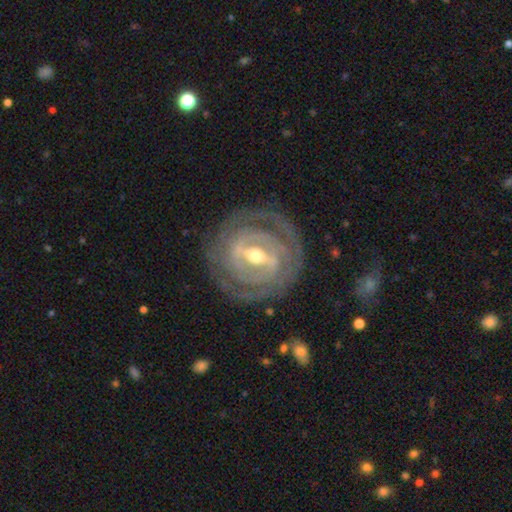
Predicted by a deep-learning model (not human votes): This is clearly a featured or disk galaxy (87%). It is clearly not viewed edge-on (95%). Bar: possibly strong (56%). Spiral arm pattern: clearly yes (86%). Spiral arm count: marginally 2 (36%). Spiral winding: likely tight (78%). Central bulge: likely moderate (64%). Merging: clearly none (81%).